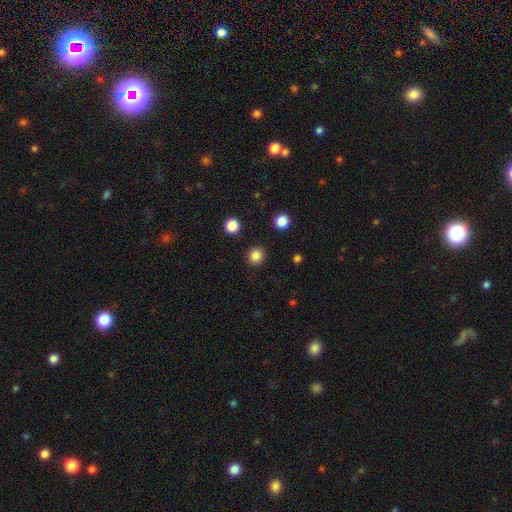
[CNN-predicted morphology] Smooth or featured: smooth — 84% (star or artifact — 12%)
How rounded: round — 94% (in between — 5%)
Merging: none — 91% (minor disturbance — 5%)